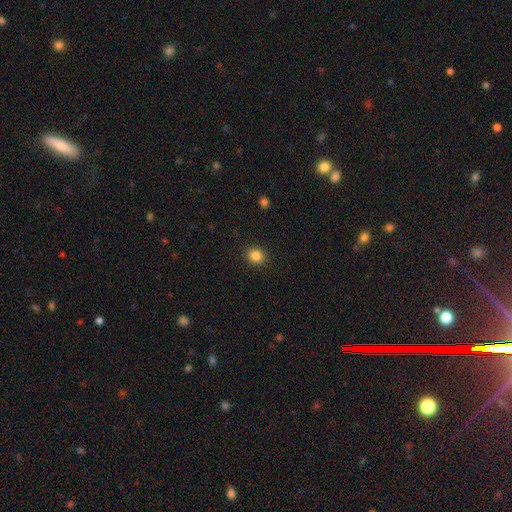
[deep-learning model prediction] smooth 85%, star or artifact 11%, featured or disk 4%. Down the decision tree: how rounded — round (75%); merging — none (90%).